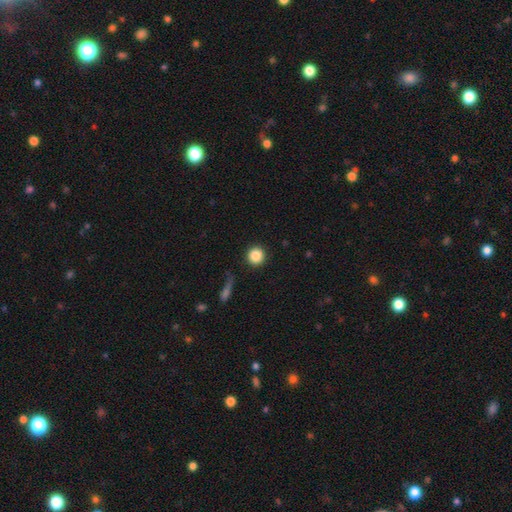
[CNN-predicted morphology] The model was most divided on "smooth or featured": smooth: 86%, star or artifact: 9%, featured or disk: 5%. More confident: how rounded — round (95%); merging — none (89%).